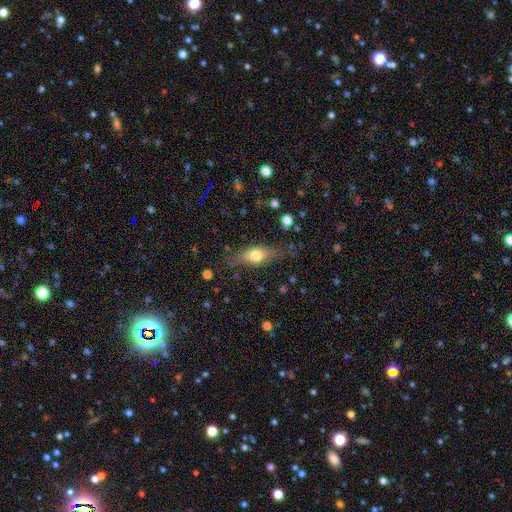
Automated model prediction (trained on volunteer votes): This is likely a smooth galaxy (62%). How rounded: likely in between (65%). Merging: likely none (74%).